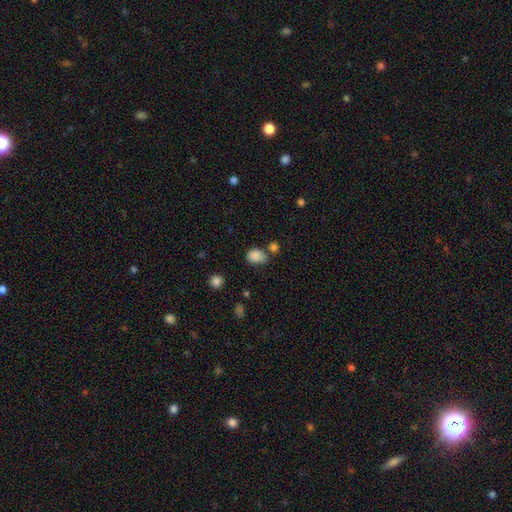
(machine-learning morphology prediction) This is clearly a smooth galaxy (85%). How rounded: likely in between (73%). Merging: possibly none (52%).